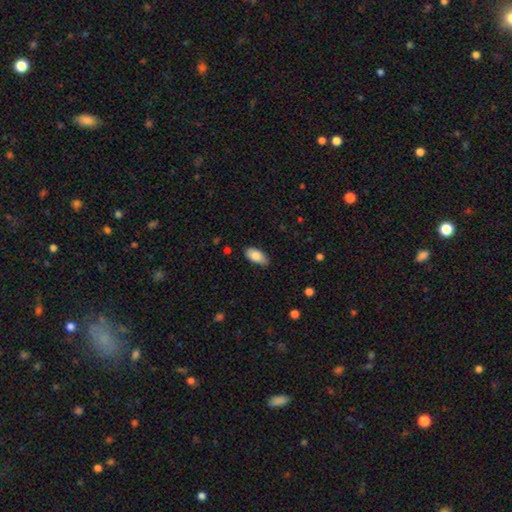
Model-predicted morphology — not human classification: Smooth or featured?
  - smooth: 80% *
  - featured or disk: 13%
  - star or artifact: 7%
How rounded?
  - in between: 93% *
  - cigar-shaped: 4%
  - round: 3%
Merging?
  - none: 76% *
  - minor disturbance: 20%
  - major disturbance: 3%
  - merger: 1%